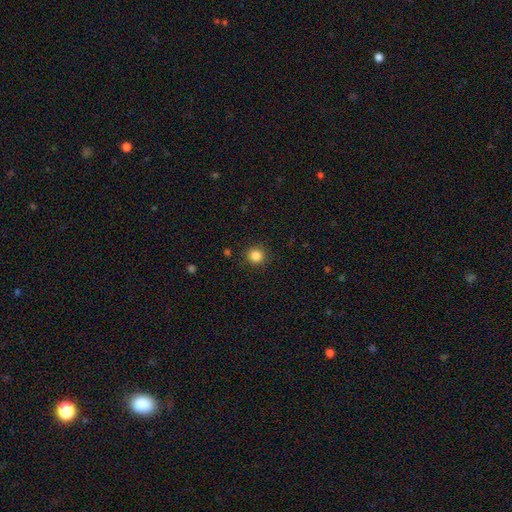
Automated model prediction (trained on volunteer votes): Morphology: type=smooth (85%); roundness=round (94%); merging=none (90%).